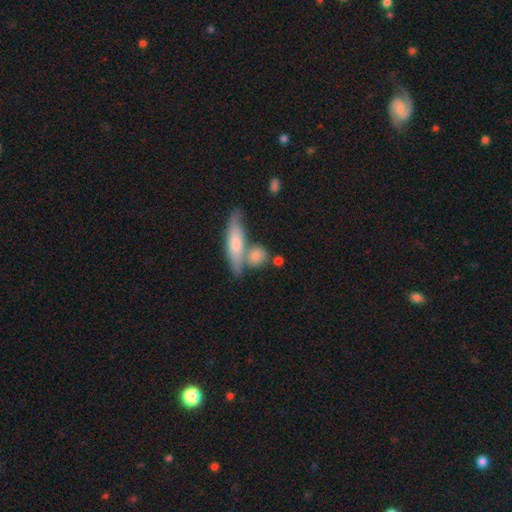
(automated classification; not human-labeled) Smooth or featured?
  - smooth: 77% *
  - featured or disk: 17%
  - star or artifact: 6%
How rounded?
  - round: 44% *
  - in between: 33%
  - cigar-shaped: 23%
Merging?
  - none: 53% *
  - merger: 30%
  - minor disturbance: 13%
  - major disturbance: 5%